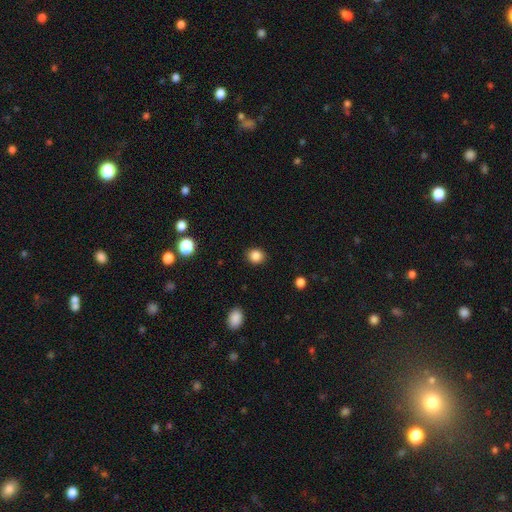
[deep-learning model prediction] This appears to be a smooth galaxy with no disk features (86%) that is round (76%). Merging: none (89%).